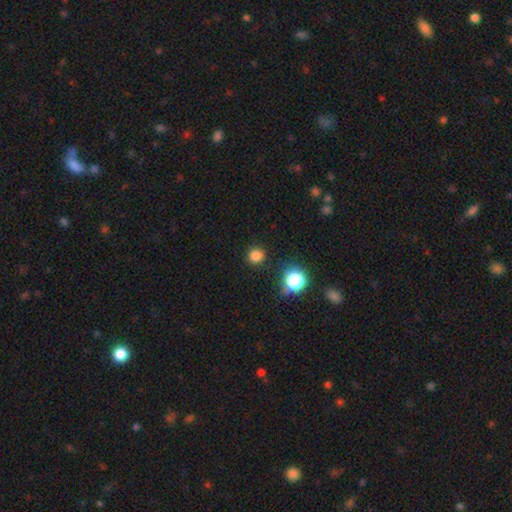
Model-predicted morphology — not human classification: Overall: smooth (80%). How rounded: round (90%). Merging: none (88%).